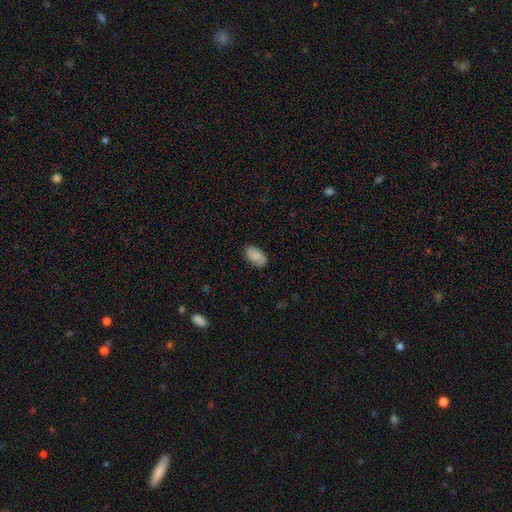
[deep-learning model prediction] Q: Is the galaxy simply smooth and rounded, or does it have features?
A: smooth — 84%.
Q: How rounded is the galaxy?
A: in between — 94%.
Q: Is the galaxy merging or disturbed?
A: none — 81%.